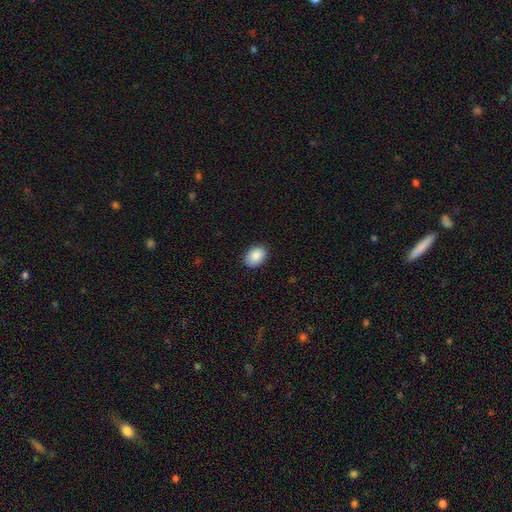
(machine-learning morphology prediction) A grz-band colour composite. It shows a smooth galaxy with no disk features (89%) that is in between round and cigar-shaped (83%). Merging: none (88%).